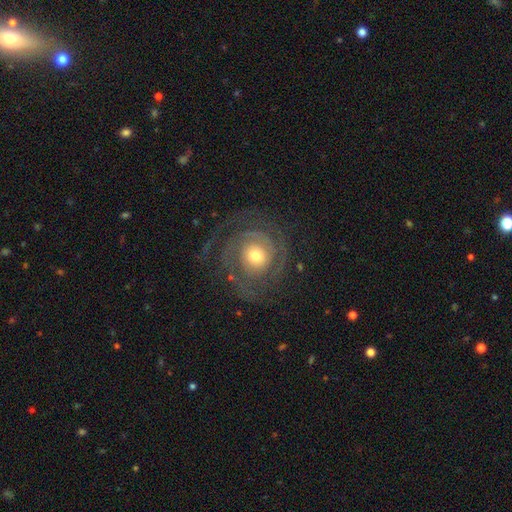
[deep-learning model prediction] Smooth or featured?
  - featured or disk: 85% *
  - smooth: 9%
  - star or artifact: 6%
Edge-on disk?
  - no: 98% *
  - yes: 2%
Bar?
  - no: 75% *
  - weak: 19%
  - strong: 5%
Spiral arms?
  - yes: 95% *
  - no: 5%
Spiral winding?
  - tight: 68% *
  - medium: 25%
  - loose: 8%
Spiral arm count?
  - 2: 38% *
  - can't tell: 22%
  - 3: 19%
  - 1: 8%
  - 4: 7%
  - more than 4: 6%
Bulge size?
  - moderate: 59% *
  - small: 28%
  - large: 10%
  - dominant: 2%
  - none: 1%
Merging?
  - none: 72% *
  - major disturbance: 13%
  - minor disturbance: 13%
  - merger: 1%